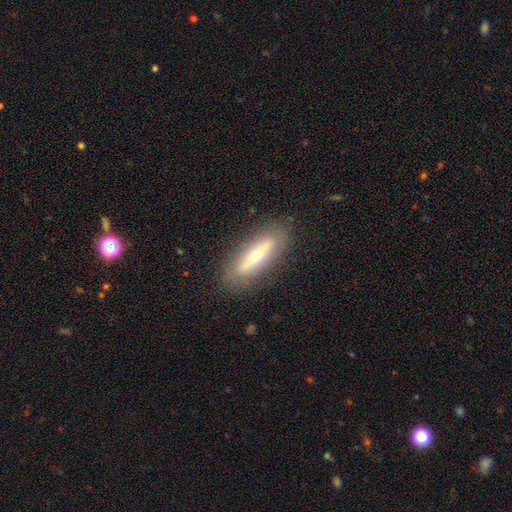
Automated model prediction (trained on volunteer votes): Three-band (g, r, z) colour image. It shows a smooth galaxy with no disk features (52%) that is cigar-shaped (62%). Merging: none (86%).